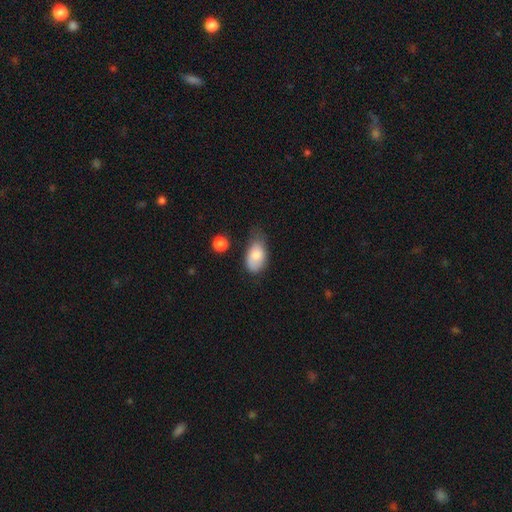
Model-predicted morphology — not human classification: Overall: smooth (80%). How rounded: in between (92%). Merging: none (44%; minor disturbance 39%).